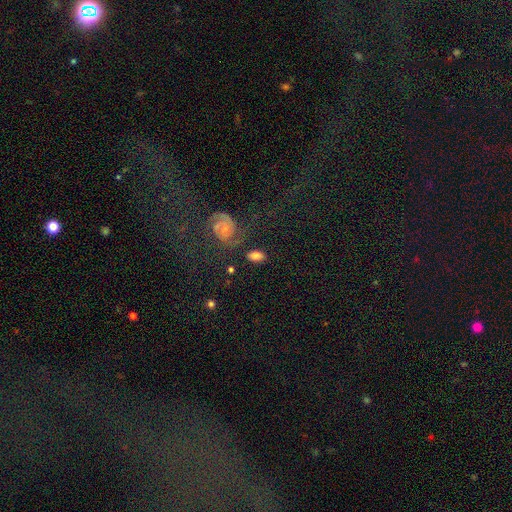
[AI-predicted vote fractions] A smooth galaxy with no disk features (66%) that is in between round and cigar-shaped (89%). Merging: none (70%).